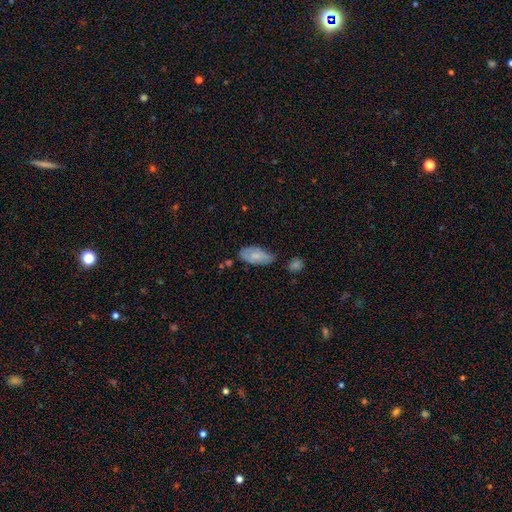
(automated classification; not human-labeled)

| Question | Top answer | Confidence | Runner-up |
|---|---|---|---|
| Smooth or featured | smooth | 70% | featured or disk (24%) |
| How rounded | in between | 92% | cigar-shaped (6%) |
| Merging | none | 56% | minor disturbance (32%) |